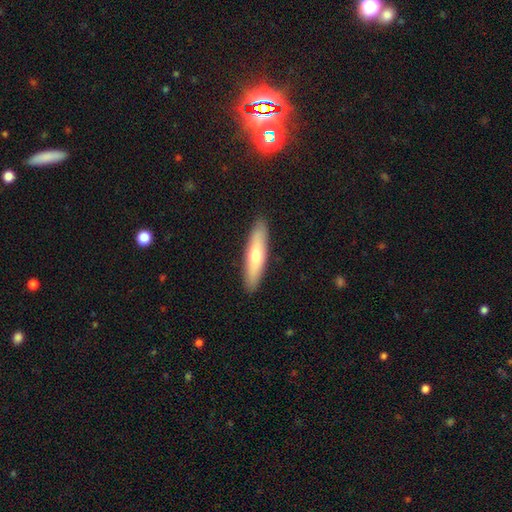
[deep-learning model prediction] Overall: smooth (61%; featured or disk 33%). How rounded: cigar-shaped (75%). Merging: none (90%).